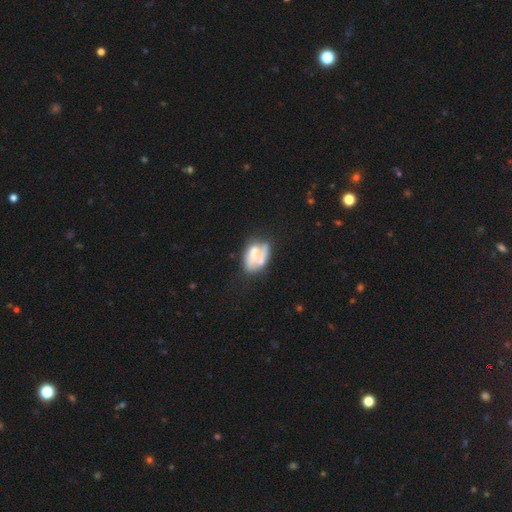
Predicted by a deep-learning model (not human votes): Morphology: type=featured or disk (52%); edge-on=no (96%); merging=none (30%).